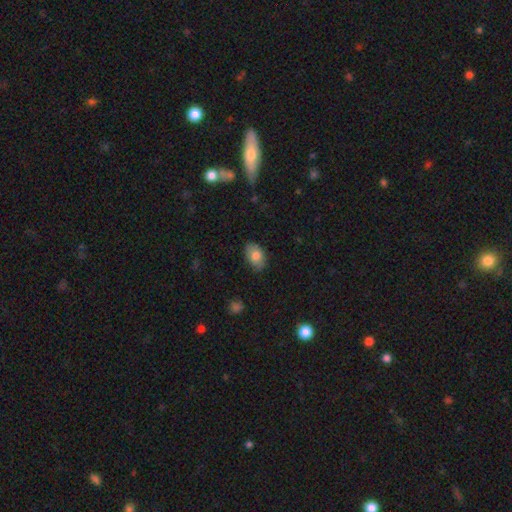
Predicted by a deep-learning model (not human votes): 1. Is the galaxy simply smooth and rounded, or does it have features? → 79% smooth, 14% featured or disk, 8% star or artifact.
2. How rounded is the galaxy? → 86% in between, 13% round, 1% cigar-shaped.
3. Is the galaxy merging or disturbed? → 83% none, 13% minor disturbance, 2% major disturbance, 1% merger.